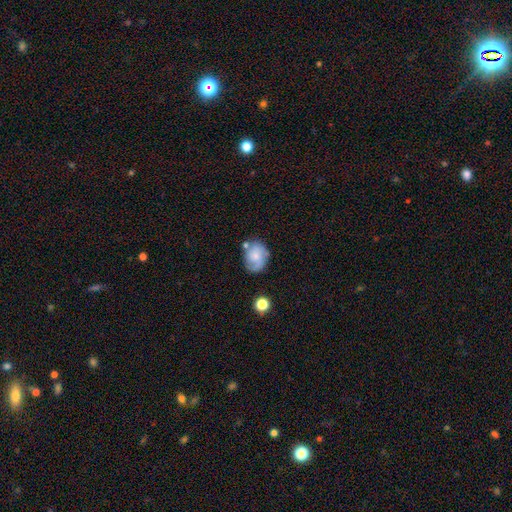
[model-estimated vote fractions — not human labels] Morphology: type=smooth (50%); roundness=in between (52%); merging=none (55%).